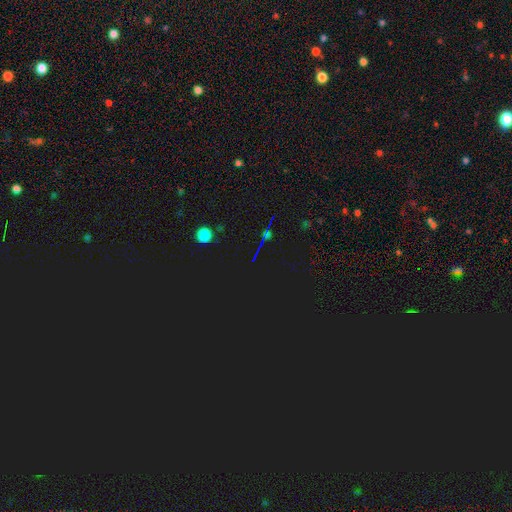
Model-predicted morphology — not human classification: Smooth or featured? Predicted: star or artifact (p=0.78).